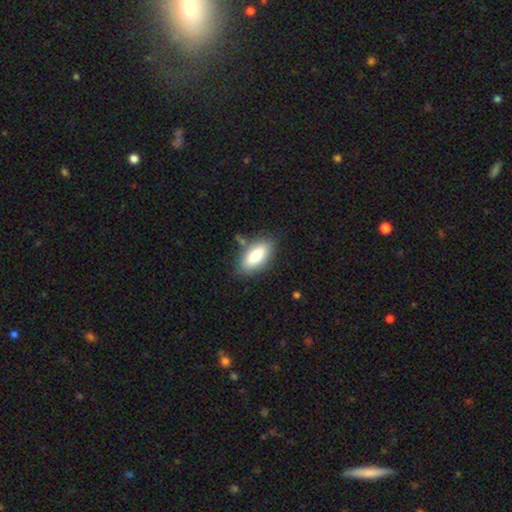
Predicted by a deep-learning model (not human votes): Smooth or featured? smooth (81%)
How rounded? in between (88%)
Merging? none (80%)